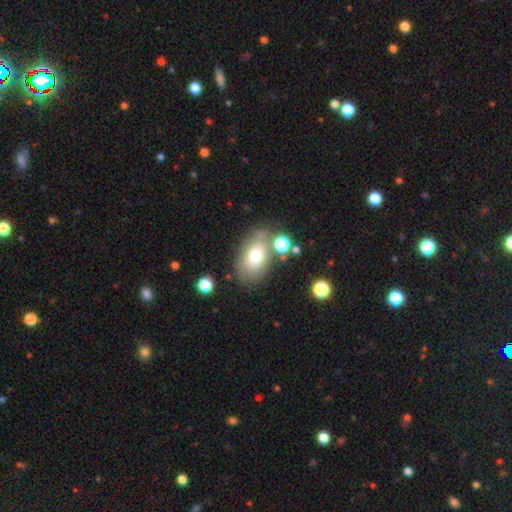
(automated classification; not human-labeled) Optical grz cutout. It shows a smooth galaxy with no disk features (67%) that is in between round and cigar-shaped (84%). Merging: none (63%).